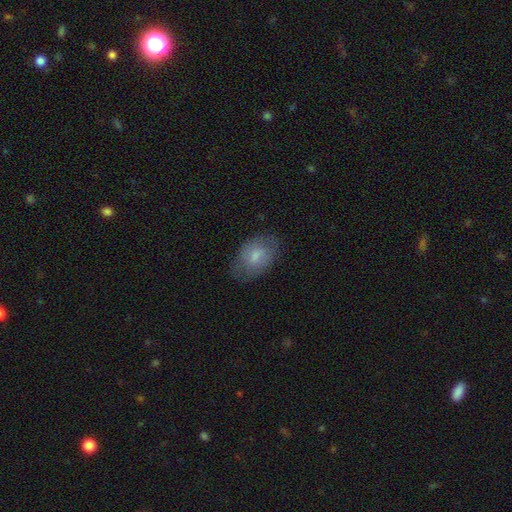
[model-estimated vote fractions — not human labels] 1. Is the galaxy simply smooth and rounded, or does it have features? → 69% smooth, 24% featured or disk, 7% star or artifact.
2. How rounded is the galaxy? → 87% in between, 12% round, 1% cigar-shaped.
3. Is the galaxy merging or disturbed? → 71% none, 21% minor disturbance, 7% major disturbance, 1% merger.